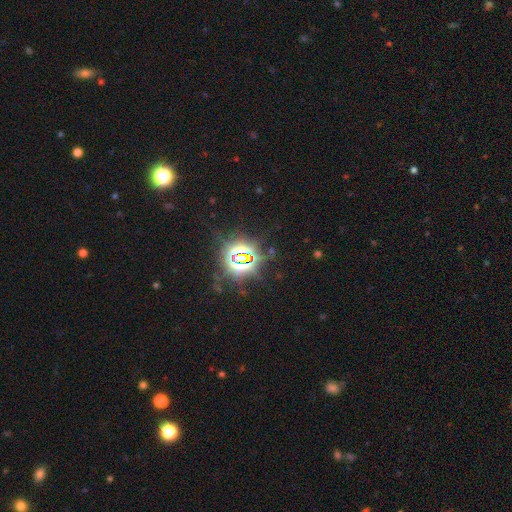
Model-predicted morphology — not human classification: star or artifact 82%, smooth 11%, featured or disk 8%.